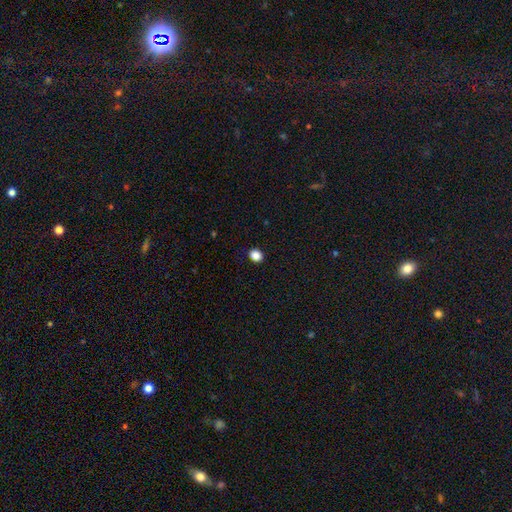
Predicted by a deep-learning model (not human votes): smooth_or_featured: smooth (p=0.87) [alt: star or artifact p=0.10]
how_rounded: round (p=0.57) [alt: in between p=0.42]
merging: none (p=0.91) [alt: minor disturbance p=0.06]